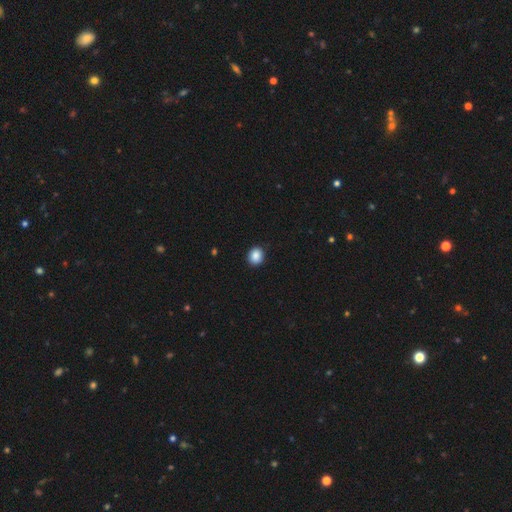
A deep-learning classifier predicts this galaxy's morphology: Smooth or featured?
  - smooth: 88% *
  - star or artifact: 9%
  - featured or disk: 3%
How rounded?
  - round: 71% *
  - in between: 28%
  - cigar-shaped: 1%
Merging?
  - none: 90% *
  - minor disturbance: 8%
  - major disturbance: 2%
  - merger: 1%